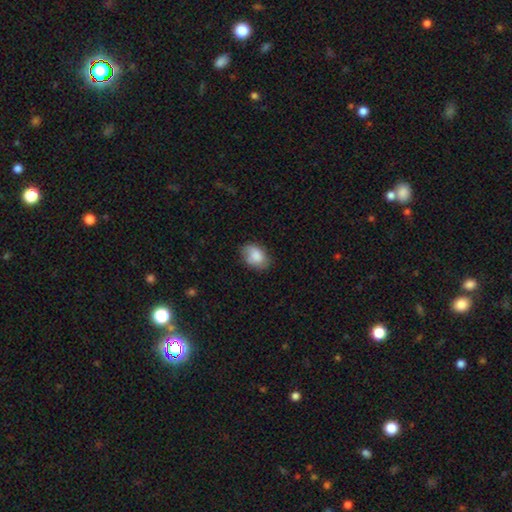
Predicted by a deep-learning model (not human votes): Overall: smooth (82%). How rounded: in between (81%). Merging: none (71%).